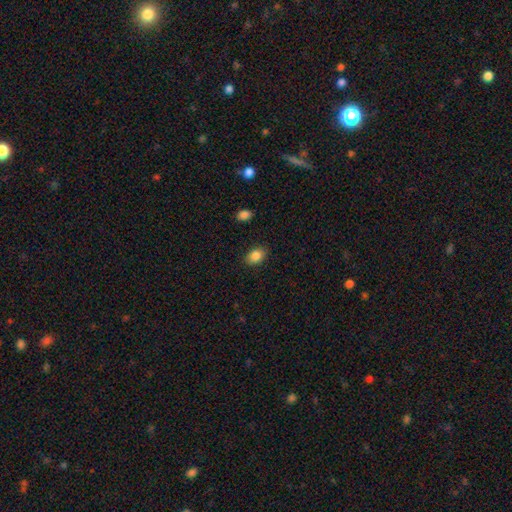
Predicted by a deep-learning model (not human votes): A smooth galaxy with no disk features (86%) that is in between round and cigar-shaped (76%).

Vote fractions:
- Smooth or featured? smooth: 86% / star or artifact: 9% / featured or disk: 6%
- How rounded? in between: 76% / round: 23% / cigar-shaped: 1%
- Merging? none: 87% / minor disturbance: 10% / major disturbance: 2% / merger: 1%